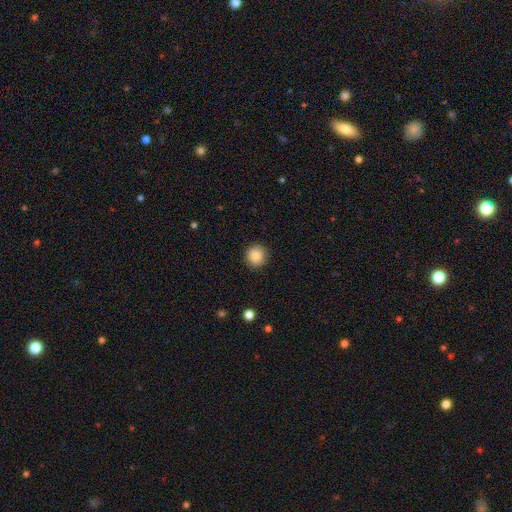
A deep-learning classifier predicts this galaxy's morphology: This appears to be a smooth galaxy with no disk features (87%) that is round (93%). Merging: none (89%).